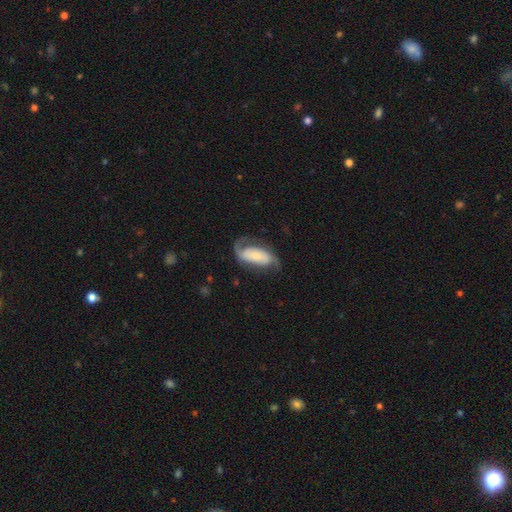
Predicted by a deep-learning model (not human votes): Morphology: type=featured or disk (74%); edge-on=no (95%); bar=no (53%); spiral arms=yes (91%); winding=loose (40%, tied with medium); arm count=2 (82%); bulge=small (57%); merging=none (61%).